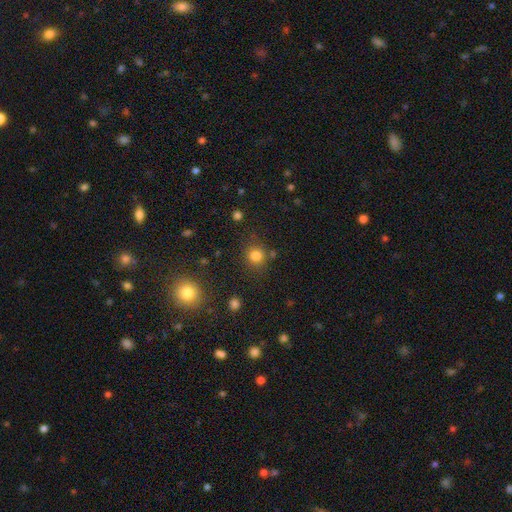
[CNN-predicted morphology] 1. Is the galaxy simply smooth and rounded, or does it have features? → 81% smooth, 14% star or artifact, 5% featured or disk.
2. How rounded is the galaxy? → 89% round, 10% in between, 1% cigar-shaped.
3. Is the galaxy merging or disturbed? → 80% none, 10% minor disturbance, 6% merger, 4% major disturbance.